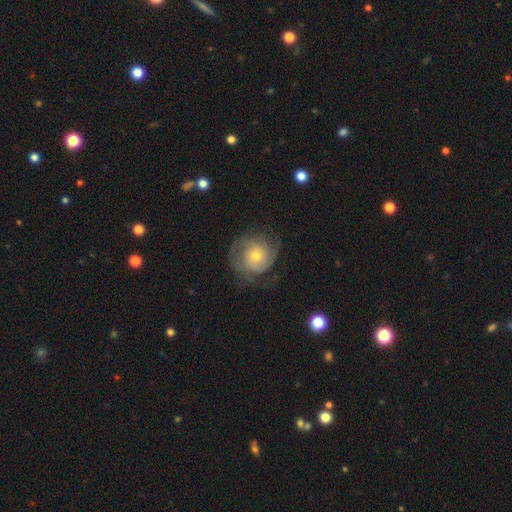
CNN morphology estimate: smooth-or-featured: featured or disk: 77% | smooth: 16% | star or artifact: 6%
  disk-edge-on: no: 98% | yes: 2%
    bar: no: 80% | weak: 17% | strong: 3%
    has-spiral-arms: yes: 93% | no: 7%
      spiral-winding: tight: 53% | medium: 35% | loose: 11%
      spiral-arm-count: 2: 35% | 3: 26% | can't tell: 22% | 4: 7% | 1: 6% | more than 4: 5%
    bulge-size: moderate: 50% | small: 45% | large: 3% | none: 1% | dominant: 1%
  merging: none: 65% | minor disturbance: 19% | major disturbance: 14% | merger: 1%